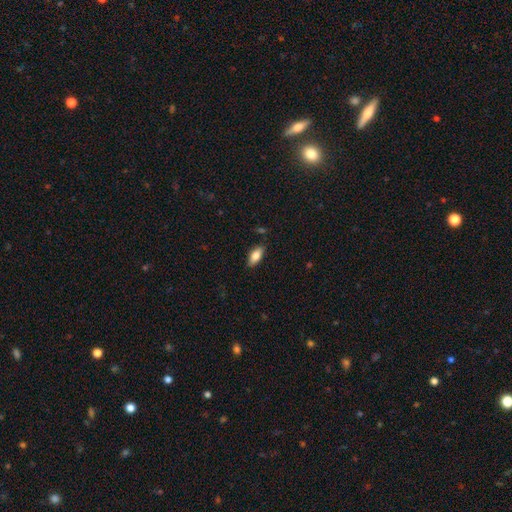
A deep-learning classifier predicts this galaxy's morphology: The model was most divided on "smooth or featured": smooth: 79%, featured or disk: 14%, star or artifact: 7%. More confident: merging — none (85%); how rounded — in between (84%).